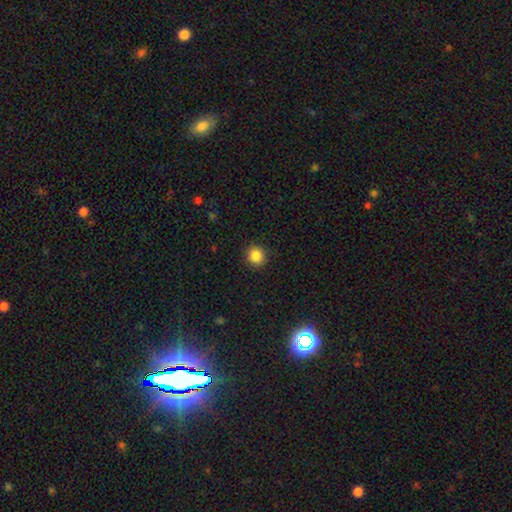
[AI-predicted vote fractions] Overall: smooth (85%). How rounded: round (92%). Merging: none (91%).